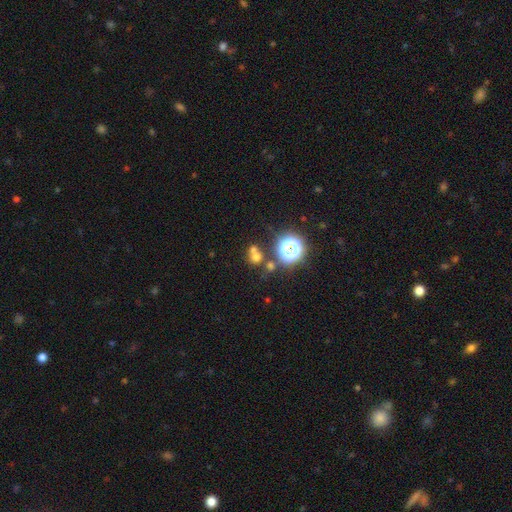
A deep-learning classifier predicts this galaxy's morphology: Q: Smooth or featured?
A: smooth (60%); runner-up: star or artifact (29%)
Q: How rounded?
A: round (82%); runner-up: in between (17%)
Q: Merging?
A: none (54%); runner-up: merger (32%)